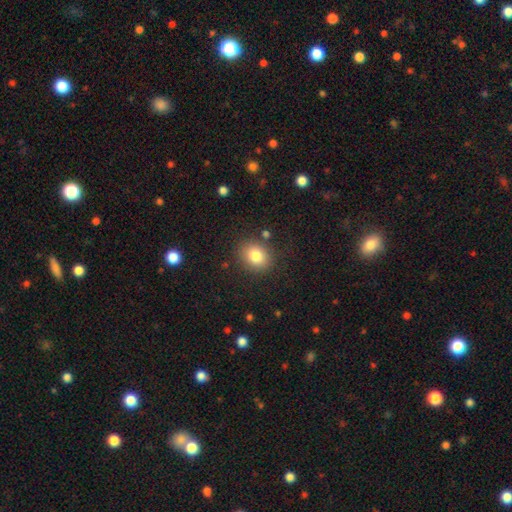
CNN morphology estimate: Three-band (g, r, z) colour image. It shows a smooth galaxy with no disk features (82%) that is round (60%). Merging: none (84%).